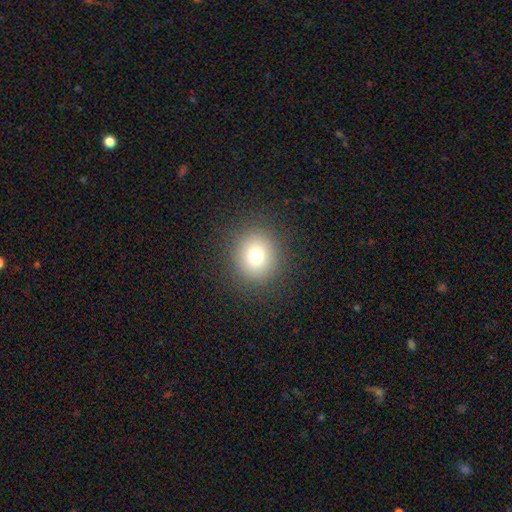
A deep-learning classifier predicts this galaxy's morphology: Smooth or featured?
  - smooth: 76% *
  - star or artifact: 14%
  - featured or disk: 10%
How rounded?
  - round: 84% *
  - in between: 15%
  - cigar-shaped: 1%
Merging?
  - none: 89% *
  - minor disturbance: 7%
  - major disturbance: 3%
  - merger: 1%